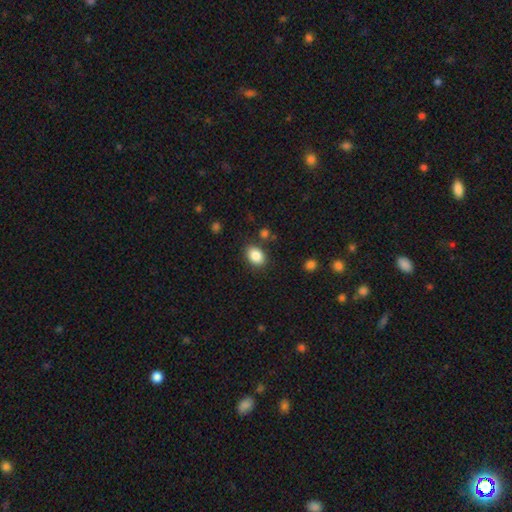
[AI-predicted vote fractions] smooth-or-featured: smooth: 86% | star or artifact: 8% | featured or disk: 5%
  how-rounded: in between: 78% | round: 21% | cigar-shaped: 1%
  merging: none: 82% | minor disturbance: 11% | merger: 3% | major disturbance: 3%